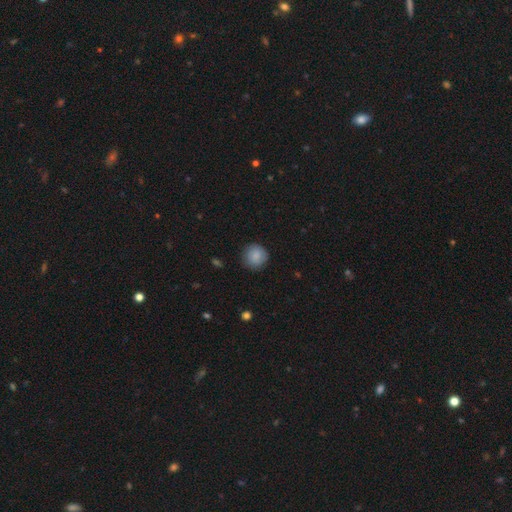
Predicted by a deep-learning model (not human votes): Smooth or featured?
  - smooth: 85% *
  - featured or disk: 8%
  - star or artifact: 7%
How rounded?
  - round: 93% *
  - in between: 6%
  - cigar-shaped: 1%
Merging?
  - none: 84% *
  - minor disturbance: 12%
  - major disturbance: 3%
  - merger: 1%